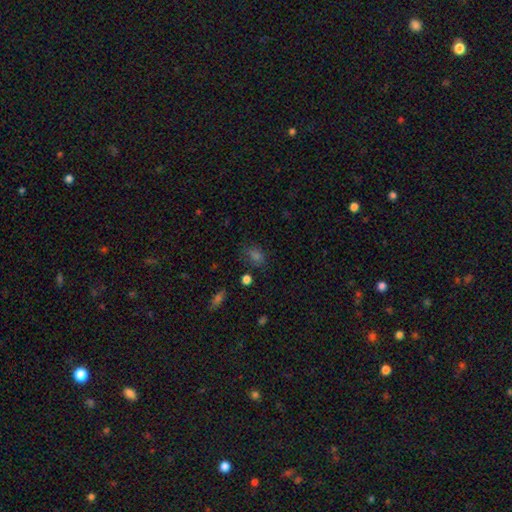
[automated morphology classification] Smooth or featured? smooth (59%)
How rounded? in between (62%)
Merging? none (73%)